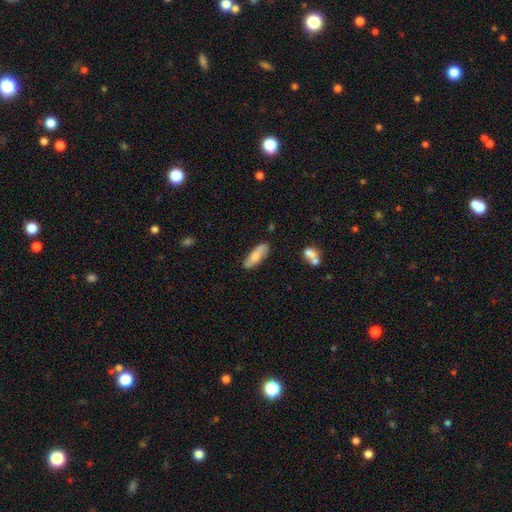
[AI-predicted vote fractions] A smooth galaxy with no disk features (67%) that is in between round and cigar-shaped (60%).

Vote fractions:
- Smooth or featured? smooth: 67% / featured or disk: 27% / star or artifact: 6%
- How rounded? in between: 60% / cigar-shaped: 38% / round: 2%
- Merging? none: 77% / minor disturbance: 17% / major disturbance: 3% / merger: 3%